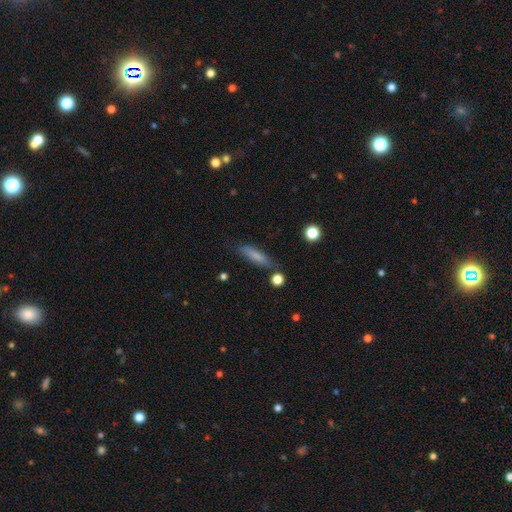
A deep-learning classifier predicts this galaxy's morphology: smooth-or-featured: smooth: 75% | featured or disk: 17% | star or artifact: 8%
  how-rounded: cigar-shaped: 72% | in between: 26% | round: 2%
  merging: none: 74% | minor disturbance: 17% | merger: 5% | major disturbance: 4%